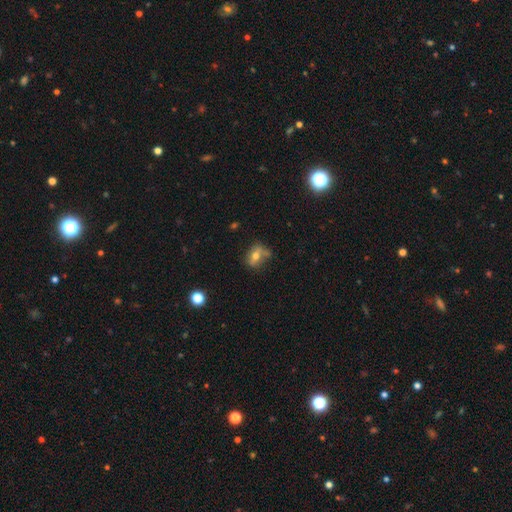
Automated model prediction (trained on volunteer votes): This is likely a smooth galaxy (60%). How rounded: likely in between (70%). Merging: possibly none (47%).